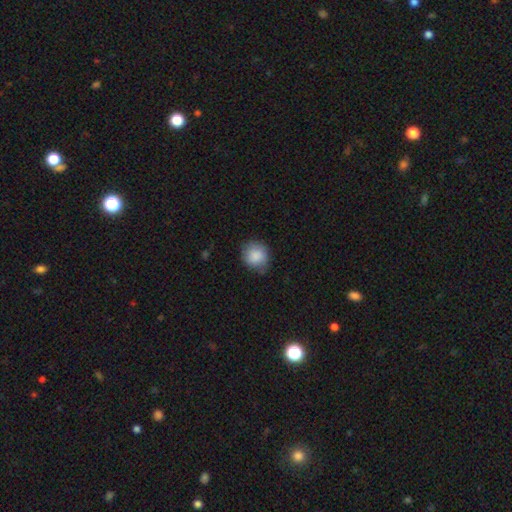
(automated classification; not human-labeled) The model was most divided on "merging": none: 73%, minor disturbance: 22%, major disturbance: 4%, merger: 1%. More confident: smooth or featured — smooth (87%); how rounded — round (83%).